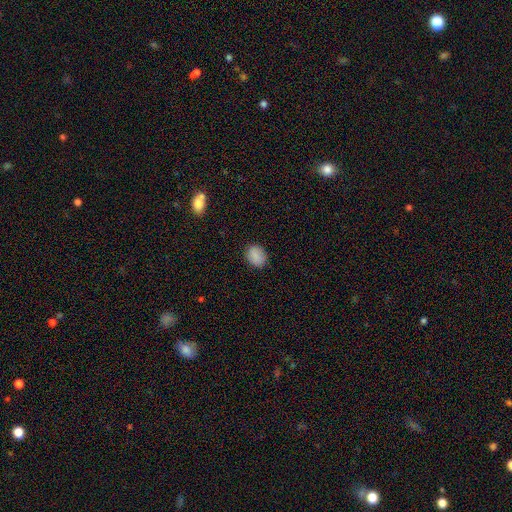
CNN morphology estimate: The model was most divided on "how rounded": in between: 55%, round: 43%, cigar-shaped: 1%. More confident: smooth or featured — smooth (87%); merging — none (86%).